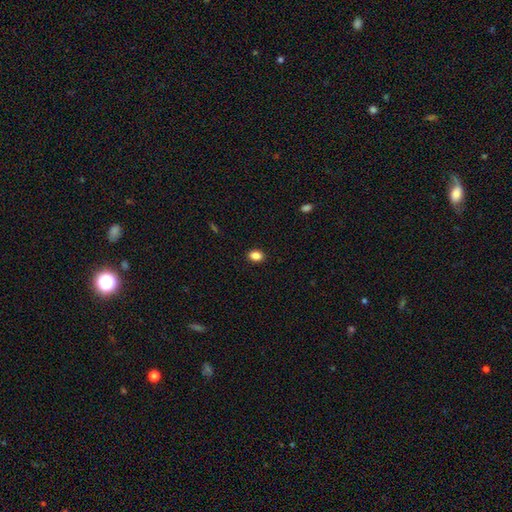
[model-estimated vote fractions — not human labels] smooth_or_featured: smooth (p=0.87) [alt: star or artifact p=0.10]
how_rounded: in between (p=0.71) [alt: round p=0.28]
merging: none (p=0.90) [alt: minor disturbance p=0.07]